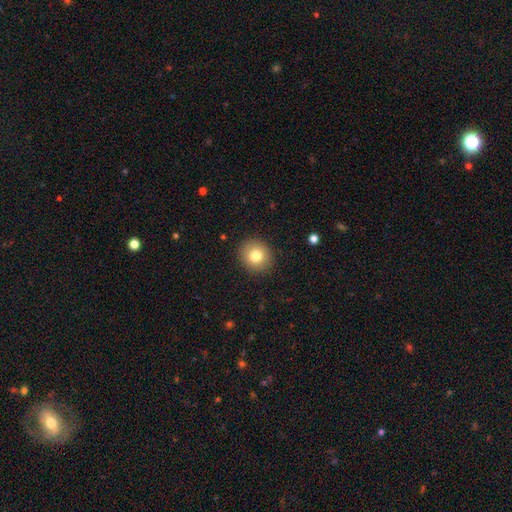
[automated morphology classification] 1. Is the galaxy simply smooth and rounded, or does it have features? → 79% smooth, 11% featured or disk, 10% star or artifact.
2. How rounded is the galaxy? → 87% round, 12% in between, 1% cigar-shaped.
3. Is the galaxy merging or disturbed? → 90% none, 6% minor disturbance, 2% major disturbance, 1% merger.